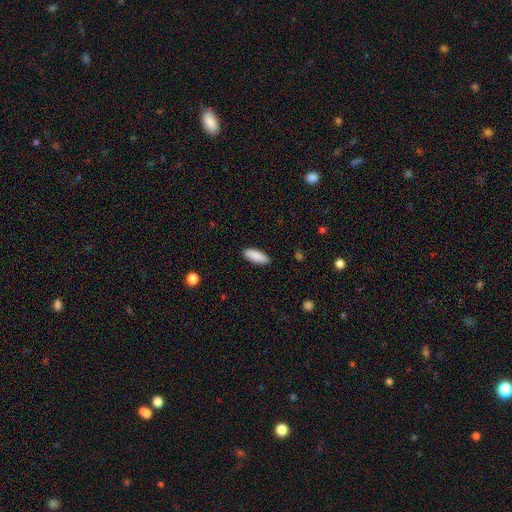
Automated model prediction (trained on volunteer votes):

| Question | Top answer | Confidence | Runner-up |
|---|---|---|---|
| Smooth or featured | smooth | 89% | star or artifact (6%) |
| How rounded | in between | 67% | cigar-shaped (31%) |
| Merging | none | 87% | minor disturbance (10%) |